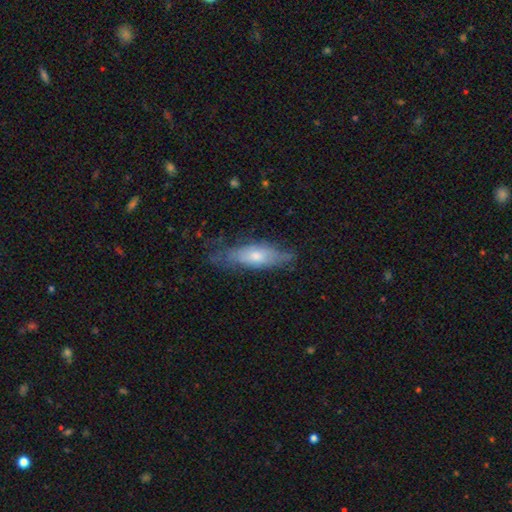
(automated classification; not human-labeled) This is possibly a smooth galaxy (50%). How rounded: possibly in between (50%). Merging: possibly none (59%).